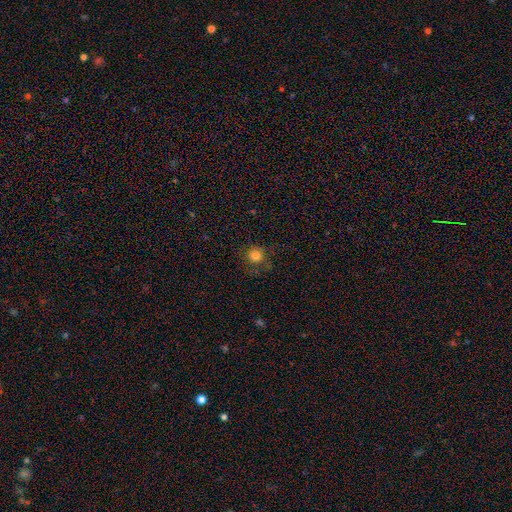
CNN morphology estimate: type=smooth (78%); roundness=round (91%); merging=none (73%).